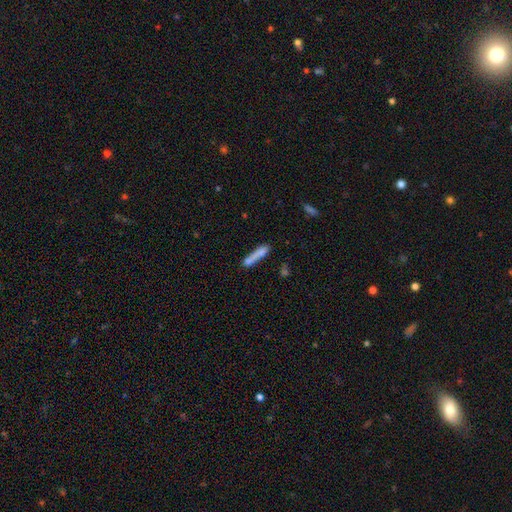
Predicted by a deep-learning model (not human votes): Smooth or featured?
  - smooth: 68% *
  - featured or disk: 22%
  - star or artifact: 10%
How rounded?
  - cigar-shaped: 90% *
  - in between: 8%
  - round: 2%
Merging?
  - none: 54% *
  - merger: 21%
  - minor disturbance: 17%
  - major disturbance: 8%